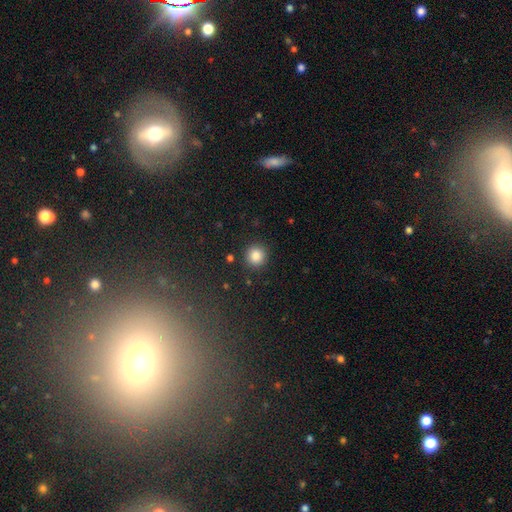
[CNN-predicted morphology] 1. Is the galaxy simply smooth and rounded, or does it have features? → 86% smooth, 10% star or artifact, 4% featured or disk.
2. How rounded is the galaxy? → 93% round, 6% in between, 1% cigar-shaped.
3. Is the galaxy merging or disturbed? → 89% none, 6% minor disturbance, 3% major disturbance, 2% merger.